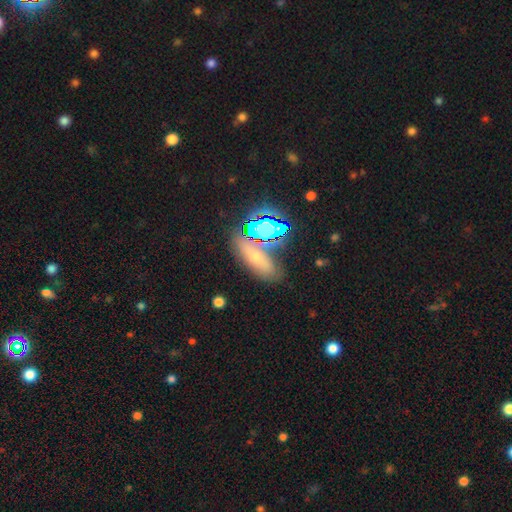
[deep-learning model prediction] This is possibly a smooth galaxy (53%). How rounded: likely in between (66%). Merging: likely none (70%).